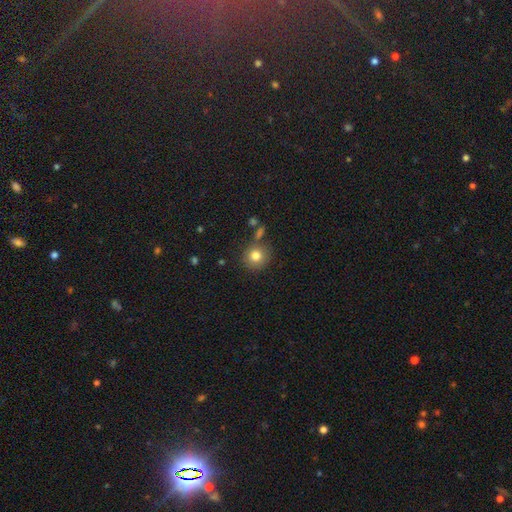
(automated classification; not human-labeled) This appears to be a smooth galaxy with no disk features (80%) that is round (89%). Merging: none (76%).